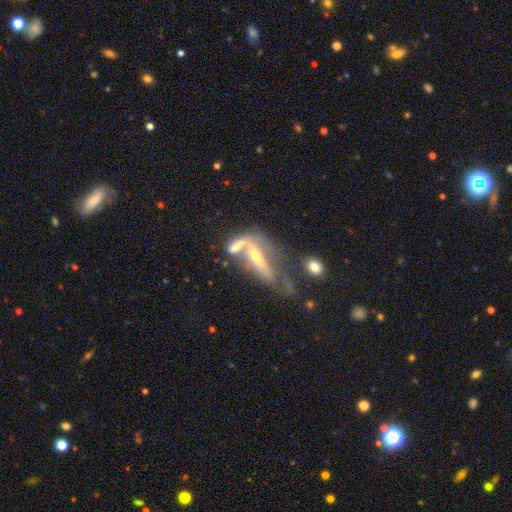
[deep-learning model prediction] smooth-or-featured: featured or disk: 68% | smooth: 24% | star or artifact: 8%
  disk-edge-on: yes: 66% | no: 34%
  merging: merger: 40% | none: 26% | major disturbance: 19% | minor disturbance: 15%